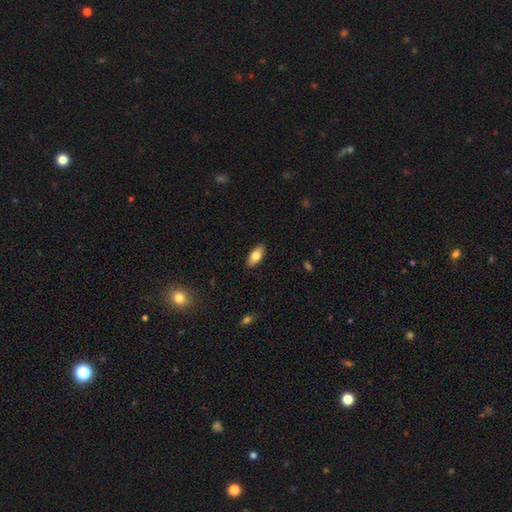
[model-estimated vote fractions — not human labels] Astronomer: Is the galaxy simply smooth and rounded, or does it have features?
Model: smooth — 73%.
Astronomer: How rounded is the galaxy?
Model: in between — 85%.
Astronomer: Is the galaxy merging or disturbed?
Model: none — 88%.